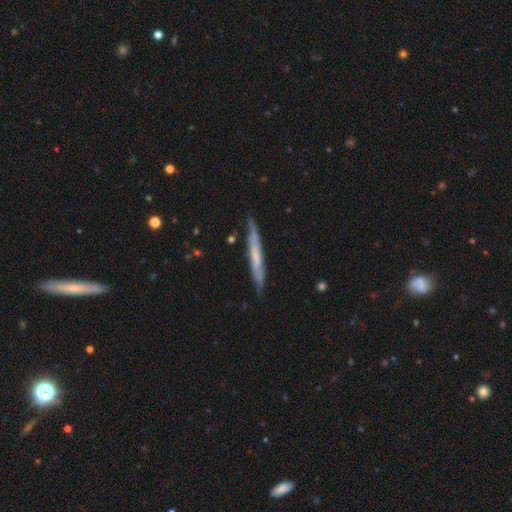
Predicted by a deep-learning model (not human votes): Morphology: type=featured or disk (55%); edge-on=yes (89%); merging=none (84%).